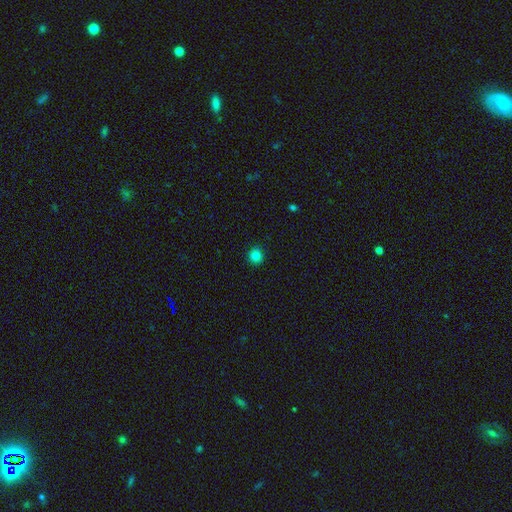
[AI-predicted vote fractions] Smooth or featured? smooth (83%)
How rounded? round (93%)
Merging? none (93%)